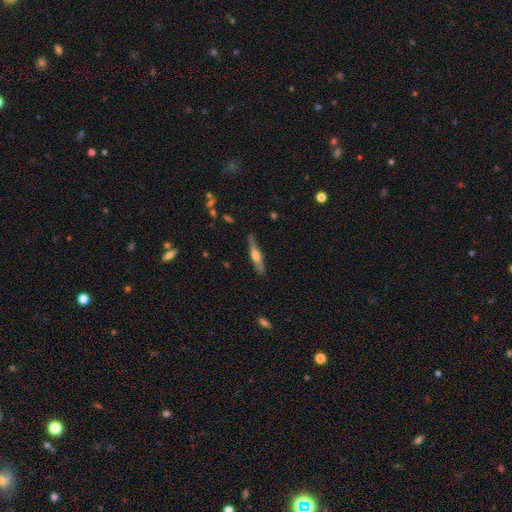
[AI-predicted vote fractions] smooth-or-featured: featured or disk: 56% | smooth: 38% | star or artifact: 6%
  disk-edge-on: yes: 93% | no: 7%
    edge-on-bulge: rounded: 82% | boxy: 11% | none: 7%
  merging: none: 80% | minor disturbance: 15% | major disturbance: 3% | merger: 2%